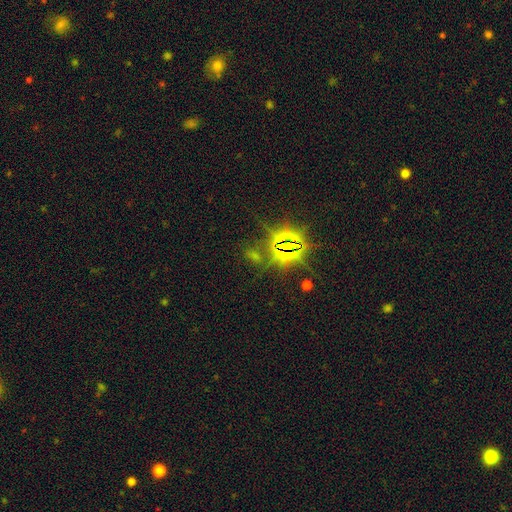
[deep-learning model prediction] smooth_or_featured: star or artifact (p=0.80) [alt: smooth p=0.12]